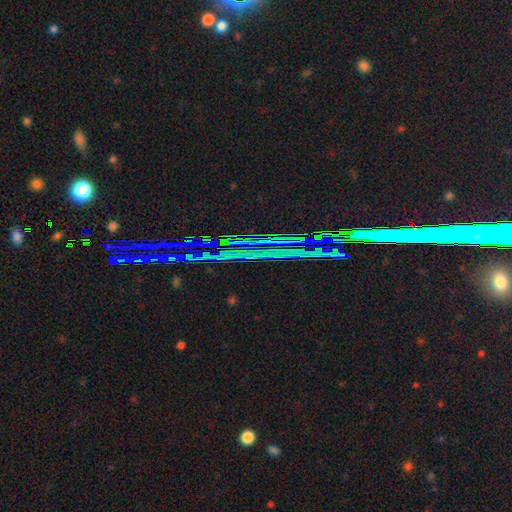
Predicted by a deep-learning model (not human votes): smooth_or_featured: star or artifact (p=0.84) [alt: featured or disk p=0.09]